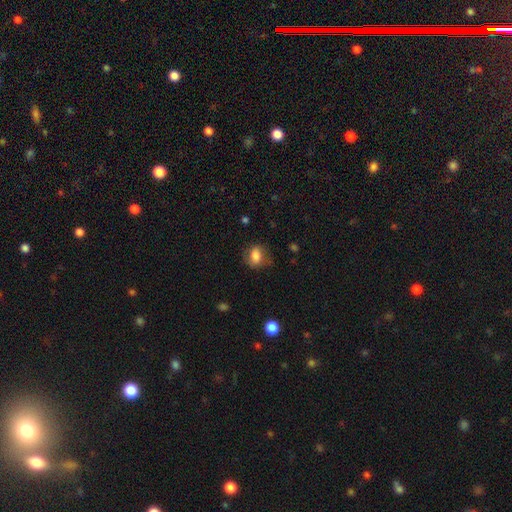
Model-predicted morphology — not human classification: Smooth or featured? Predicted: smooth (p=0.76). How rounded? Predicted: in between (p=0.64). Merging? Predicted: none (p=0.67).